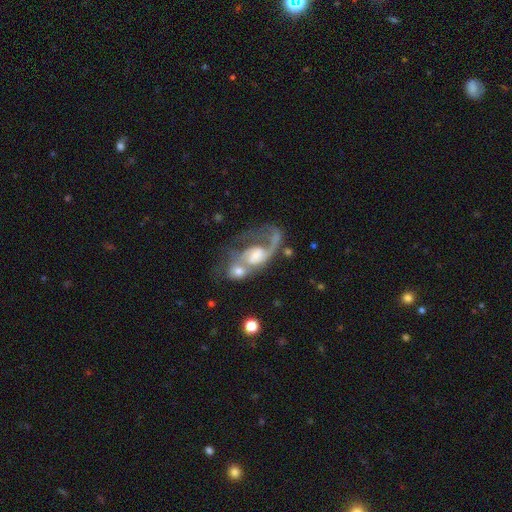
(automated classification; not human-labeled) This is likely a featured or disk galaxy (75%). It is clearly not viewed edge-on (97%). Bar: possibly no (58%). Spiral arm pattern: clearly yes (87%). Spiral arm count: possibly 1 (60%). Spiral winding: possibly loose (53%). Central bulge: marginally moderate (38%). Merging: possibly merger (54%).